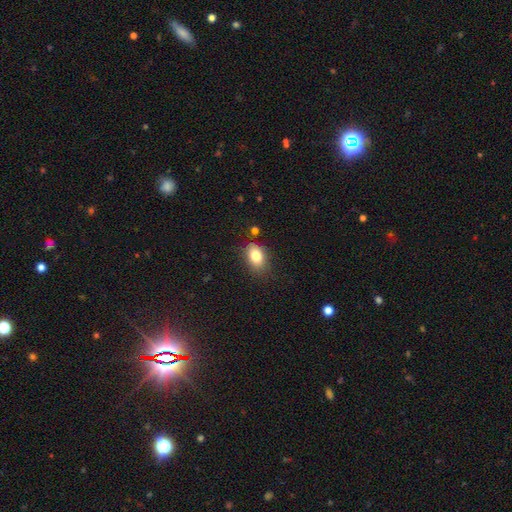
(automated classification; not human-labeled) smooth-or-featured: smooth: 81% | featured or disk: 10% | star or artifact: 9%
  how-rounded: in between: 83% | round: 15% | cigar-shaped: 2%
  merging: none: 75% | minor disturbance: 17% | major disturbance: 4% | merger: 3%